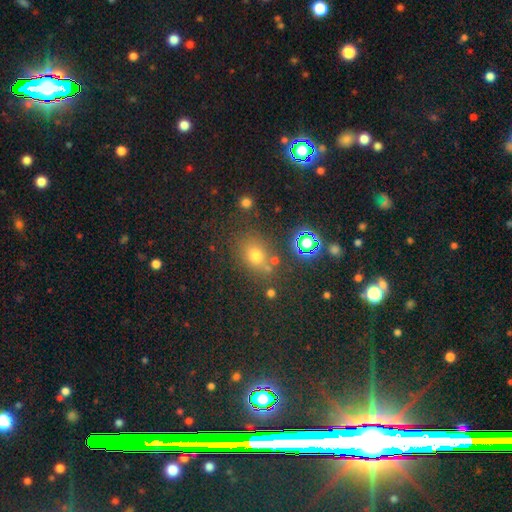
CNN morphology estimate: This is possibly a smooth galaxy (59%). How rounded: possibly round (57%). Merging: likely none (75%).